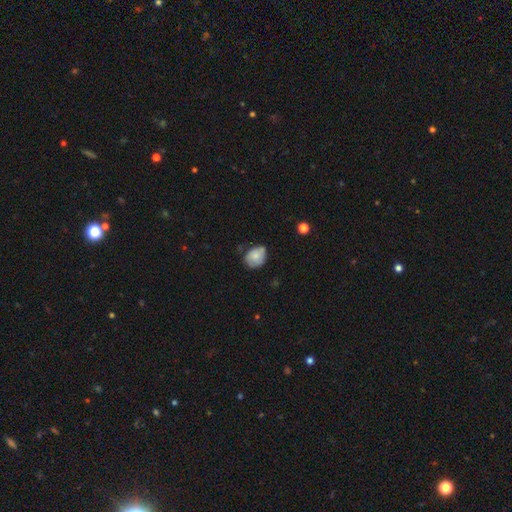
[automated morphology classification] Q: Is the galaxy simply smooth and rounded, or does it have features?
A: smooth — 71%.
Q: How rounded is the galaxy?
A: in between — 54%.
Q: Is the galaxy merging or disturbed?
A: none — 56%.